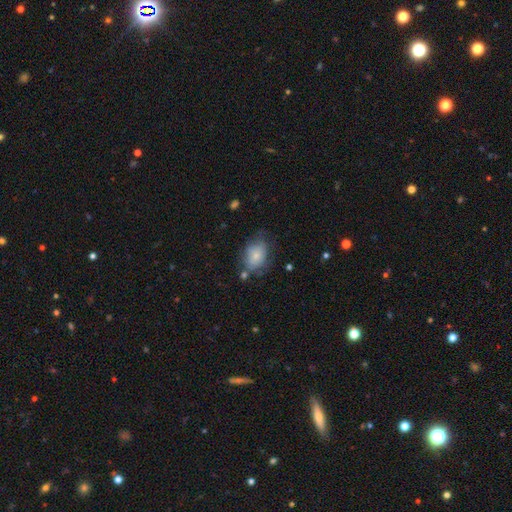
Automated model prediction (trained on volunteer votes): This appears to be a smooth galaxy with no disk features (75%) that is in between round and cigar-shaped (75%). Merging: none (53%).